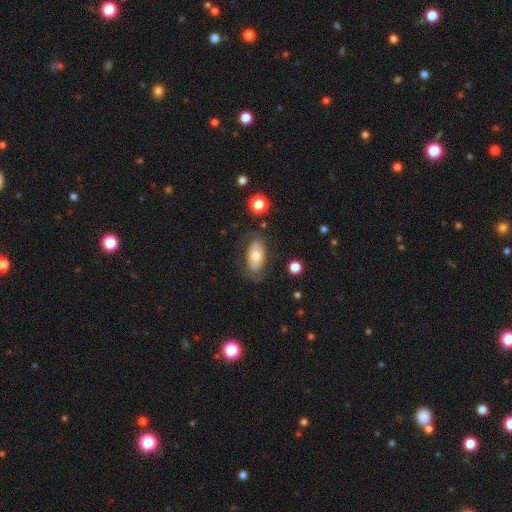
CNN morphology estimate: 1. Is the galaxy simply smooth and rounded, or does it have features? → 58% smooth, 35% featured or disk, 7% star or artifact.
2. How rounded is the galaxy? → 92% in between, 5% round, 3% cigar-shaped.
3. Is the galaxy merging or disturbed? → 70% none, 19% minor disturbance, 9% major disturbance, 2% merger.